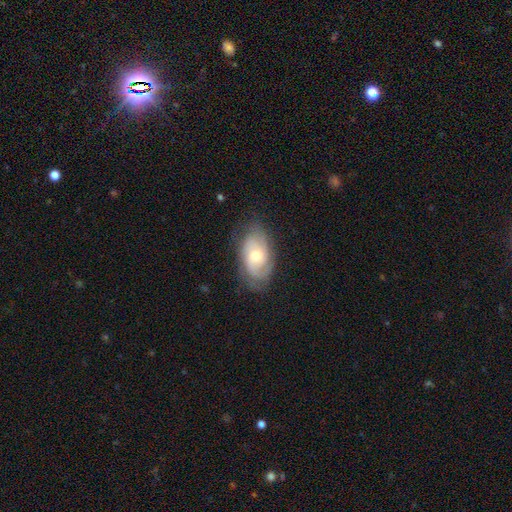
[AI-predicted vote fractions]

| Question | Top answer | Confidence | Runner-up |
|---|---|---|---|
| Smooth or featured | featured or disk | 68% | smooth (25%) |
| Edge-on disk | no | 94% | yes (6%) |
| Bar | no | 75% | weak (21%) |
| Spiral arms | yes | 87% | no (13%) |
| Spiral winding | tight | 58% | medium (32%) |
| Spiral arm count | can't tell | 36% | 2 (35%) |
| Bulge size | moderate | 65% | small (29%) |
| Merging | none | 72% | minor disturbance (20%) |